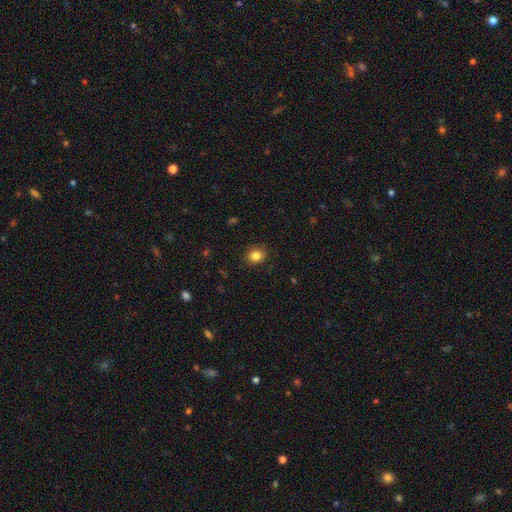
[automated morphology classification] Smooth or featured?
  - smooth: 83% *
  - star or artifact: 11%
  - featured or disk: 6%
How rounded?
  - round: 63% *
  - in between: 36%
  - cigar-shaped: 1%
Merging?
  - none: 88% *
  - minor disturbance: 9%
  - major disturbance: 2%
  - merger: 1%